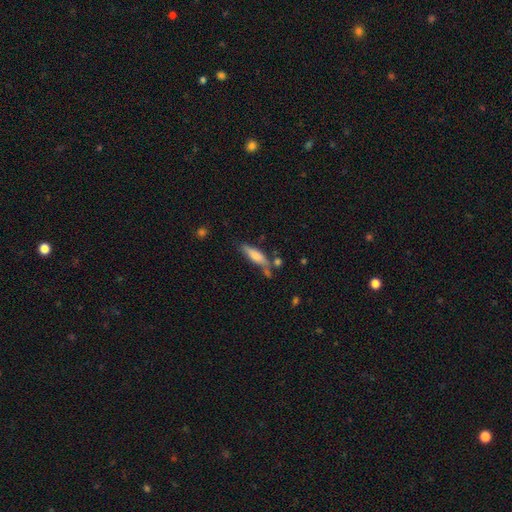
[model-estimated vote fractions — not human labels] This appears to be a smooth galaxy with no disk features (66%) that is cigar-shaped (66%). Merging: none (58%).